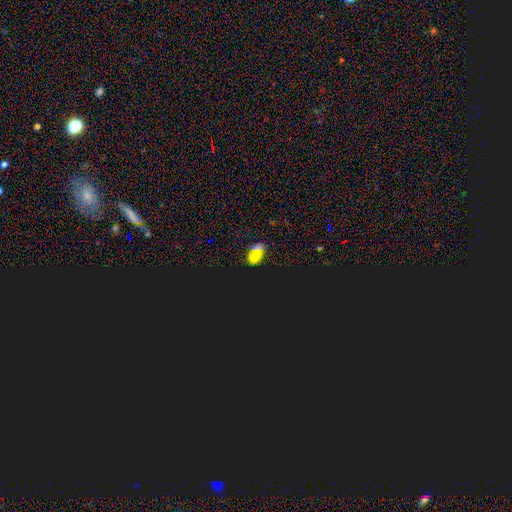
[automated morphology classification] This is possibly a star or artifact rather than a galaxy (53%).